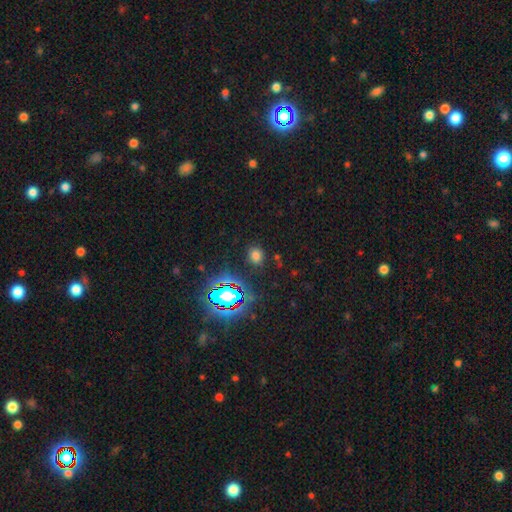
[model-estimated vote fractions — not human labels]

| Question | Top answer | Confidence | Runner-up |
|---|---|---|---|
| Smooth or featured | smooth | 67% | star or artifact (27%) |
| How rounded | round | 67% | in between (32%) |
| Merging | none | 86% | minor disturbance (9%) |